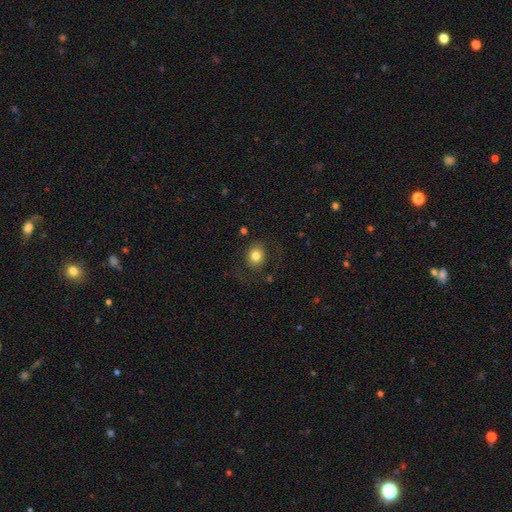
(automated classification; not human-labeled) smooth 78%, featured or disk 12%, star or artifact 10%. Down the decision tree: how rounded — round (68%); merging — none (75%).